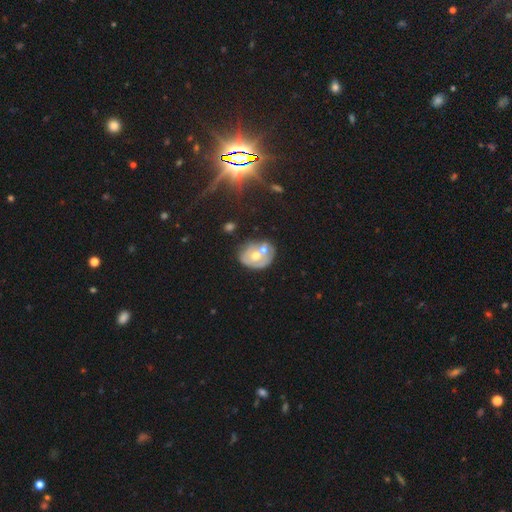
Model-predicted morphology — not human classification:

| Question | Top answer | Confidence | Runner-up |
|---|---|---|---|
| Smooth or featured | featured or disk | 46% | smooth (45%) |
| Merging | merger | 51% | none (28%) |